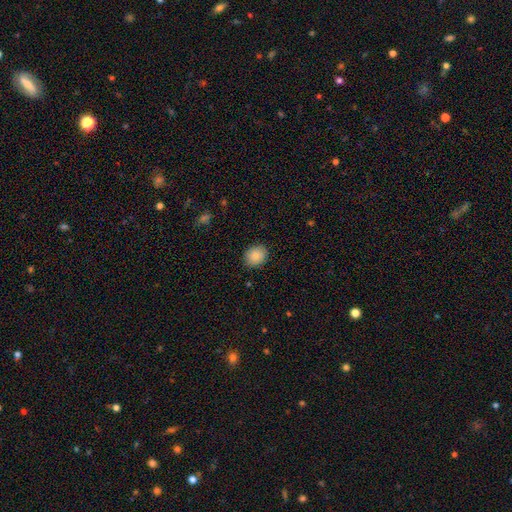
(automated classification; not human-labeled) A smooth galaxy with no disk features (86%) that is round (68%).

Vote fractions:
- Smooth or featured? smooth: 86% / star or artifact: 8% / featured or disk: 5%
- How rounded? round: 68% / in between: 31% / cigar-shaped: 1%
- Merging? none: 89% / minor disturbance: 8% / major disturbance: 2% / merger: 1%